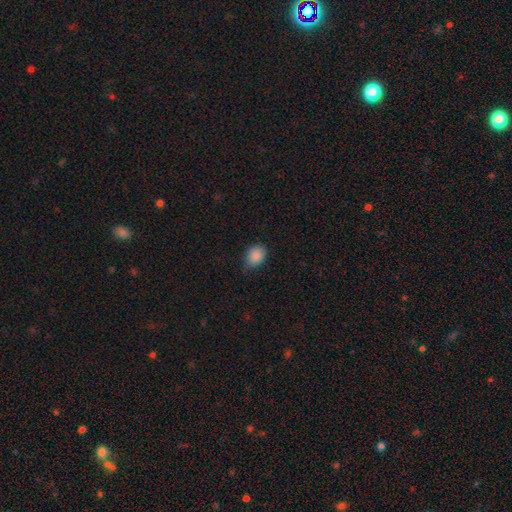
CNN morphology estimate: type=smooth (88%); roundness=in between (56%); merging=none (62%).